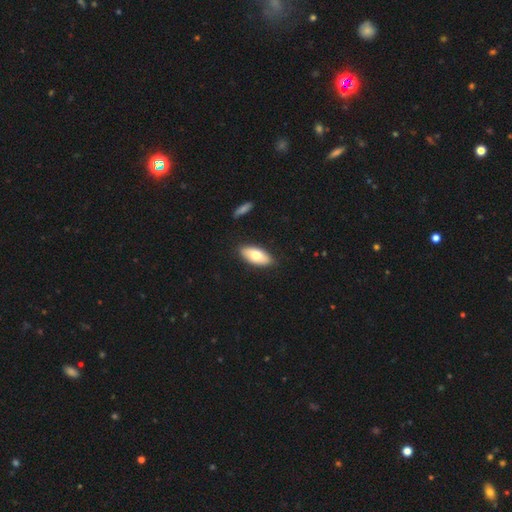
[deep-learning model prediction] Q: Smooth or featured?
A: smooth (71%); runner-up: featured or disk (23%)
Q: How rounded?
A: in between (89%); runner-up: cigar-shaped (8%)
Q: Merging?
A: none (87%); runner-up: minor disturbance (10%)